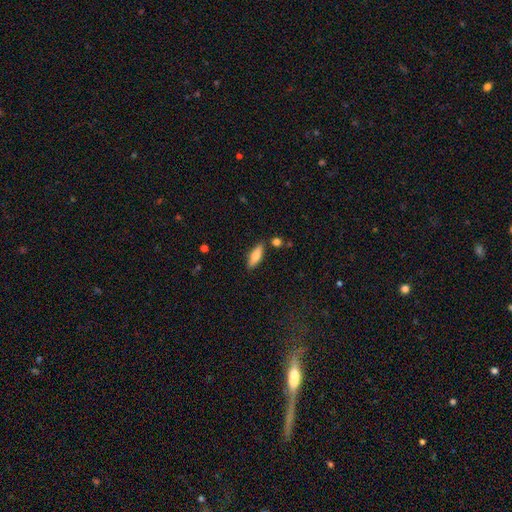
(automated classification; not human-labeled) This is likely a smooth galaxy (66%). How rounded: possibly in between (51%). Merging: clearly none (83%).